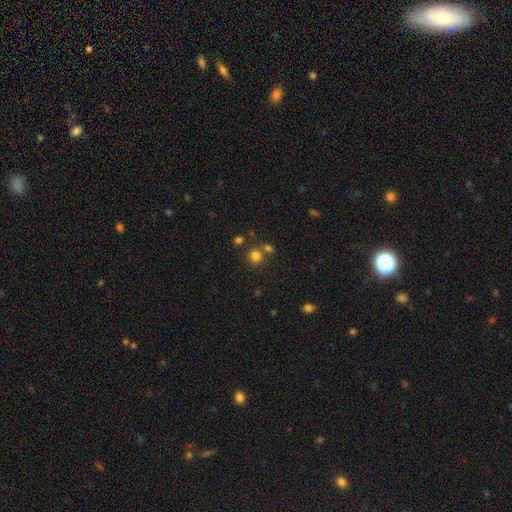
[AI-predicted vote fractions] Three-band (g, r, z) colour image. It shows a smooth galaxy with no disk features (78%) that is round (88%). Merging: none (67%).